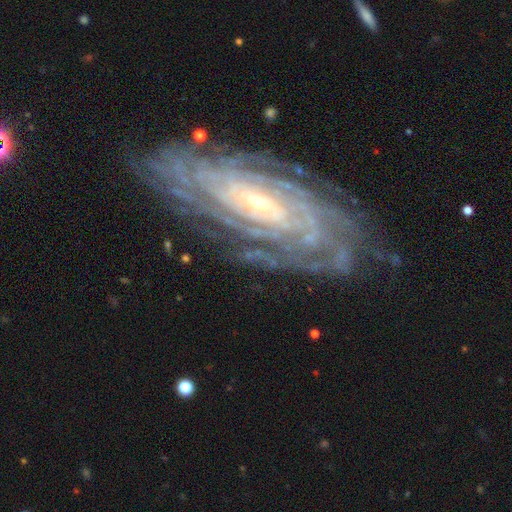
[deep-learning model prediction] featured or disk 89%, star or artifact 6%, smooth 5%. Down the decision tree: edge-on disk — no (93%); bar — no (52%); spiral arms — yes (97%); spiral arm count — can't tell (29%); spiral winding — tight (80%); bulge size — small (77%); merging — none (76%).